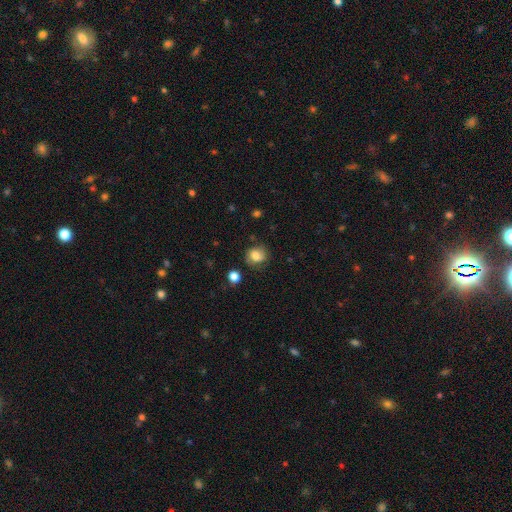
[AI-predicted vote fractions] A smooth galaxy with no disk features (76%) that is round (63%). Merging: none (70%).